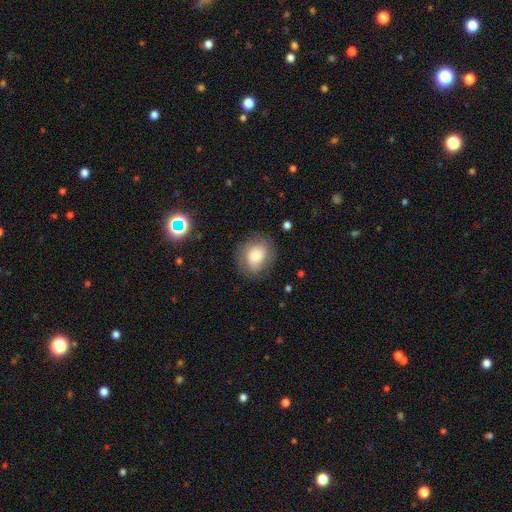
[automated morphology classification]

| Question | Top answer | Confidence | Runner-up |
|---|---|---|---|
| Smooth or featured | smooth | 76% | featured or disk (16%) |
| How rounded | round | 58% | in between (40%) |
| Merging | none | 77% | minor disturbance (15%) |